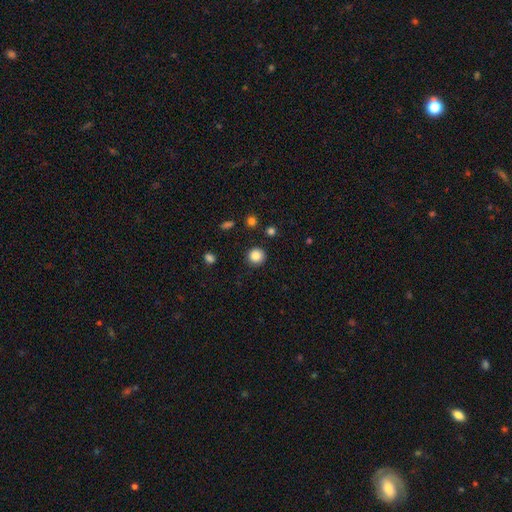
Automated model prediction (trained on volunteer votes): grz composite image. It shows a smooth galaxy with no disk features (86%) that is round (93%). Merging: none (91%).